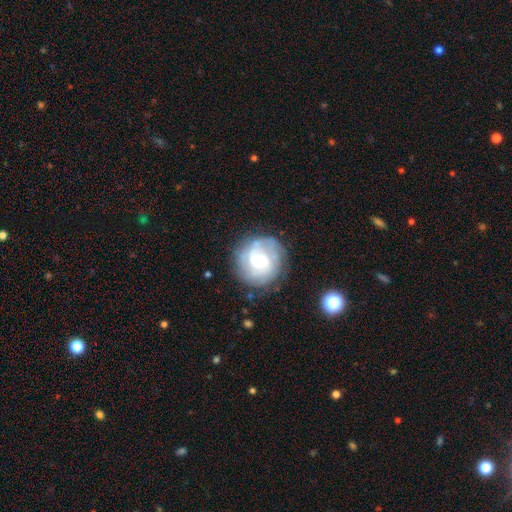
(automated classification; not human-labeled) A featured or disk galaxy (77%) with no bar (50%), 2 (31%, tied with can't tell) tight (55%) spiral arms (93%) and a moderate central bulge (57%).

Vote fractions:
- Smooth or featured? featured or disk: 77% / smooth: 16% / star or artifact: 7%
- Edge-on disk? no: 98% / yes: 2%
- Bar? no: 50% / weak: 41% / strong: 9%
- Spiral arms? yes: 93% / no: 7%
- Spiral winding? tight: 55% / medium: 34% / loose: 11%
- Spiral arm count? 2: 31% (tied) / can't tell: 31% (tied) / 3: 21% / 4: 8% / 1: 5% / more than 4: 5%
- Bulge size? moderate: 57% / small: 34% / large: 7% / none: 1% / dominant: 1%
- Merging? none: 80% / minor disturbance: 13% / major disturbance: 6% / merger: 2%